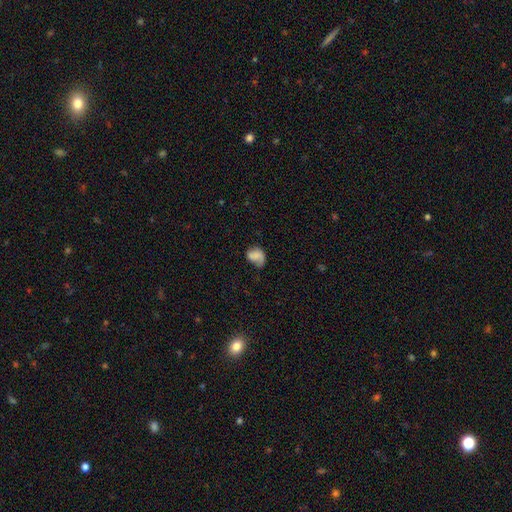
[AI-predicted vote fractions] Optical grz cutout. It shows a smooth galaxy with no disk features (65%) that is in between round and cigar-shaped (63%). Merging: none (40%).